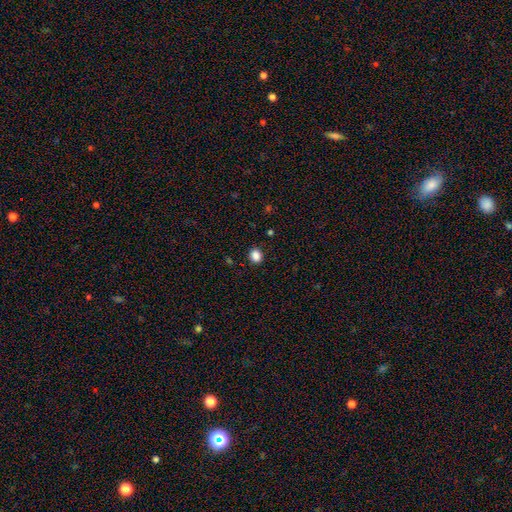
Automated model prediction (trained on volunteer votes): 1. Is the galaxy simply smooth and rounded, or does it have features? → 87% smooth, 10% star or artifact, 3% featured or disk.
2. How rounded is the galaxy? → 68% round, 31% in between, 1% cigar-shaped.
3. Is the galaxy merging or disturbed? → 90% none, 7% minor disturbance, 2% major disturbance, 1% merger.